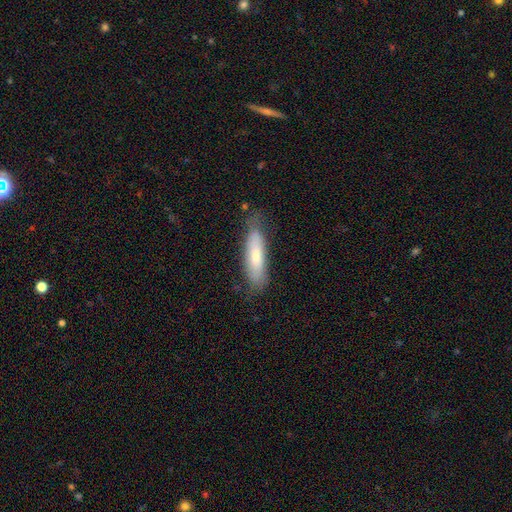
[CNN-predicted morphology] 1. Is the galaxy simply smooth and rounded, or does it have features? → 66% smooth, 28% featured or disk, 6% star or artifact.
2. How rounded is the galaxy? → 64% cigar-shaped, 35% in between, 2% round.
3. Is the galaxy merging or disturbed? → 72% none, 21% minor disturbance, 5% major disturbance, 1% merger.